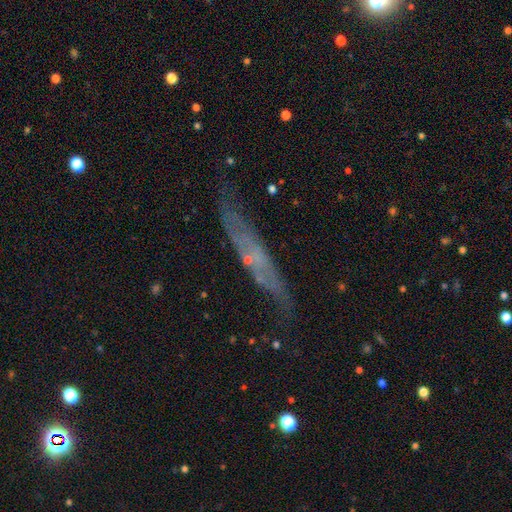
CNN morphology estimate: Q: Smooth or featured?
A: featured or disk (60%); runner-up: smooth (28%)
Q: Edge-on disk?
A: yes (63%); runner-up: no (37%)
Q: Merging?
A: none (70%); runner-up: minor disturbance (21%)